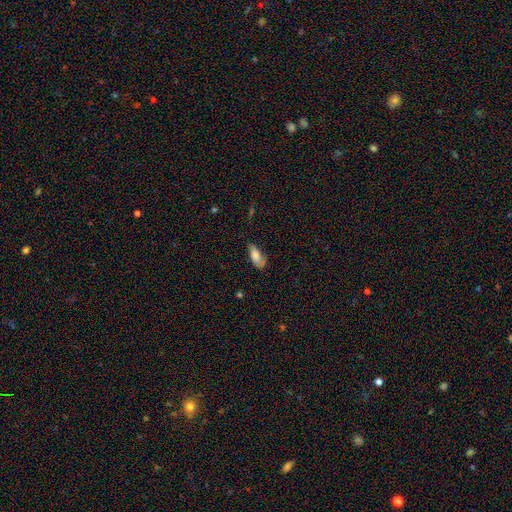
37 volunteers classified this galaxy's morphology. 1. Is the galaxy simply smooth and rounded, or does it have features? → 78% smooth, 16% featured or disk, 5% star or artifact.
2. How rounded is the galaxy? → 79% in between, 14% cigar-shaped, 7% round.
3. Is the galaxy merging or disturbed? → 49% minor disturbance, 26% none, 23% major disturbance, 3% merger.